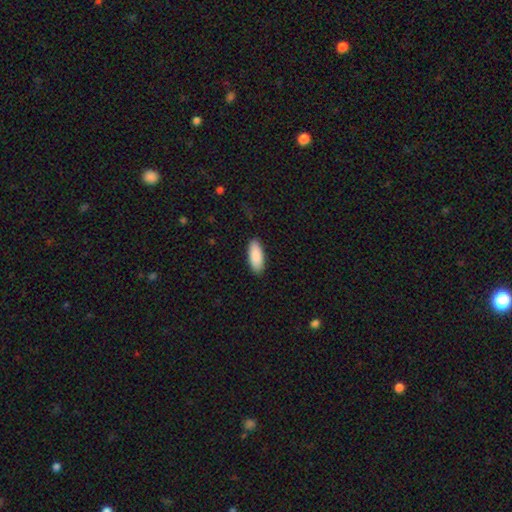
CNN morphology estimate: Smooth or featured: smooth — 90% (star or artifact — 5%)
How rounded: in between — 79% (cigar-shaped — 19%)
Merging: none — 90% (minor disturbance — 8%)